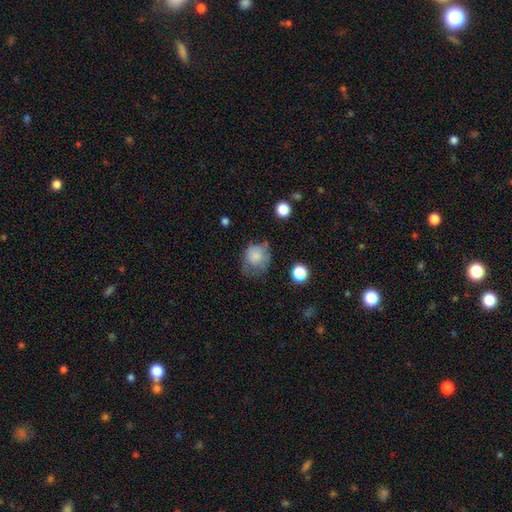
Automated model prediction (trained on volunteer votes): smooth 76%, featured or disk 15%, star or artifact 10%. Down the decision tree: how rounded — round (65%); merging — none (41%).